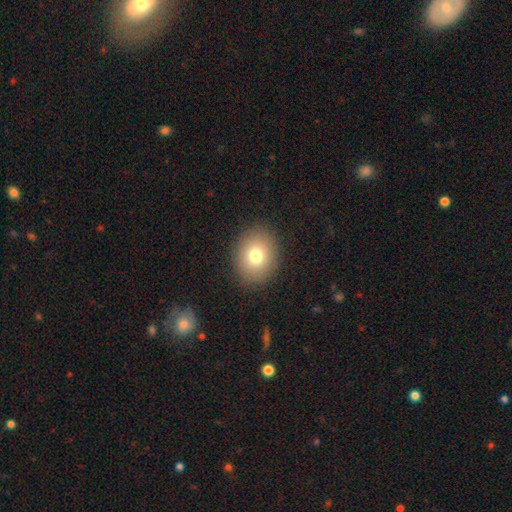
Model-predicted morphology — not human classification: smooth_or_featured: smooth (p=0.76) [alt: featured or disk p=0.12]
how_rounded: round (p=0.51) [alt: in between p=0.48]
merging: none (p=0.89) [alt: minor disturbance p=0.08]